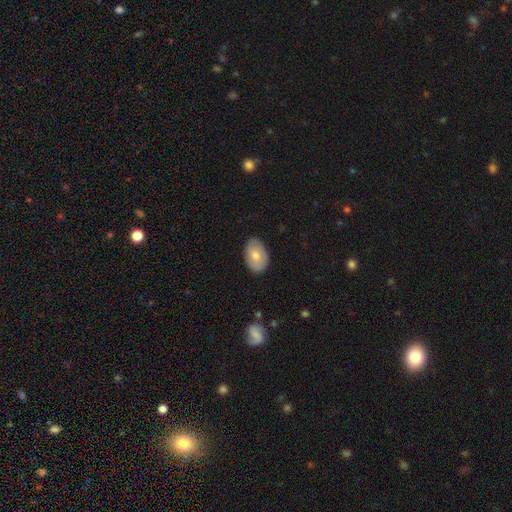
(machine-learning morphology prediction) Smooth or featured? Predicted: smooth (p=0.66). How rounded? Predicted: in between (p=0.90). Merging? Predicted: none (p=0.82).